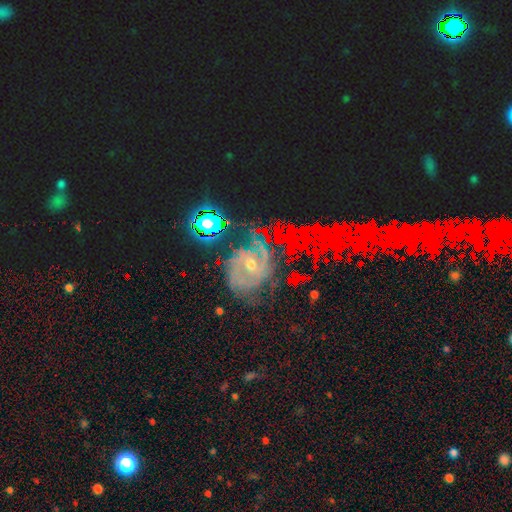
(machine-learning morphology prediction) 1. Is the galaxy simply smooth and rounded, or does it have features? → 75% featured or disk, 16% star or artifact, 8% smooth.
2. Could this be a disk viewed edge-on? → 96% no, 4% yes.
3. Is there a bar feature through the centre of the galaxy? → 45% no, 38% weak, 17% strong.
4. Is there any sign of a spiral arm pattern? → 95% yes, 5% no.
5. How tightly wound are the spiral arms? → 62% tight, 30% medium, 8% loose.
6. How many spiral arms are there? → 36% 2, 27% can't tell, 15% 3, 8% 4, 7% more than 4, 7% 1.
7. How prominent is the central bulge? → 55% small, 41% moderate, 2% large, 1% none, 1% dominant.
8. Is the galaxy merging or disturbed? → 71% none, 17% minor disturbance, 9% major disturbance, 3% merger.